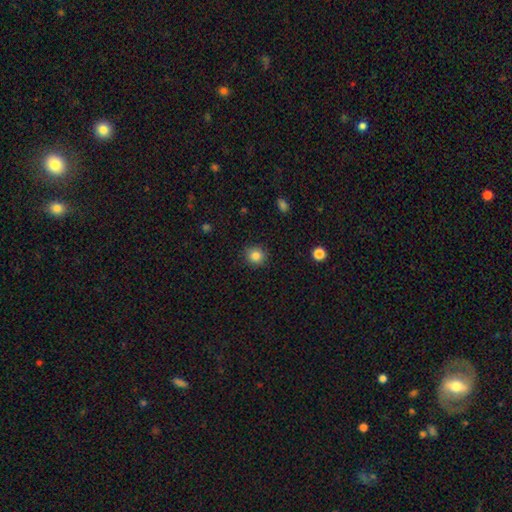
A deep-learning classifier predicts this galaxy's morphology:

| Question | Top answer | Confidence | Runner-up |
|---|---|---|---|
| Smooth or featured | smooth | 84% | star or artifact (11%) |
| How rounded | round | 87% | in between (12%) |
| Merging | none | 89% | minor disturbance (8%) |